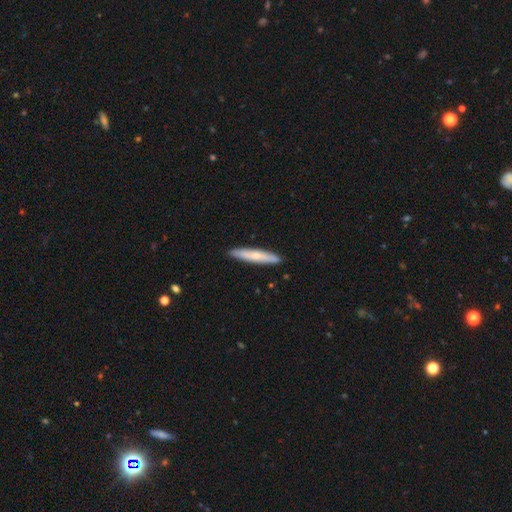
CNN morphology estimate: This is likely a smooth galaxy (63%). How rounded: clearly cigar-shaped (92%). Merging: clearly none (91%).